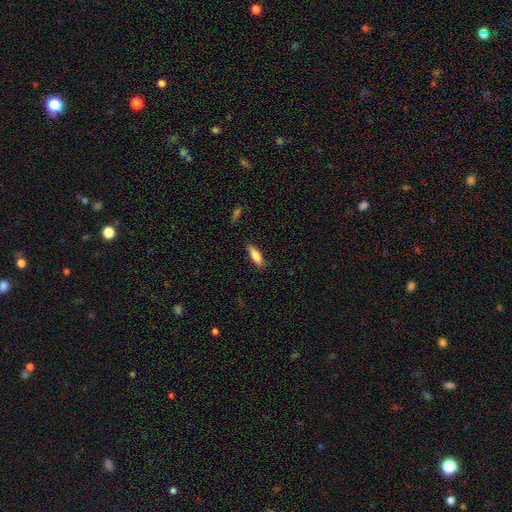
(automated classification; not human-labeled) Smooth or featured?
  - smooth: 80% *
  - featured or disk: 14%
  - star or artifact: 6%
How rounded?
  - in between: 58% *
  - cigar-shaped: 40%
  - round: 2%
Merging?
  - none: 84% *
  - minor disturbance: 12%
  - major disturbance: 2%
  - merger: 1%